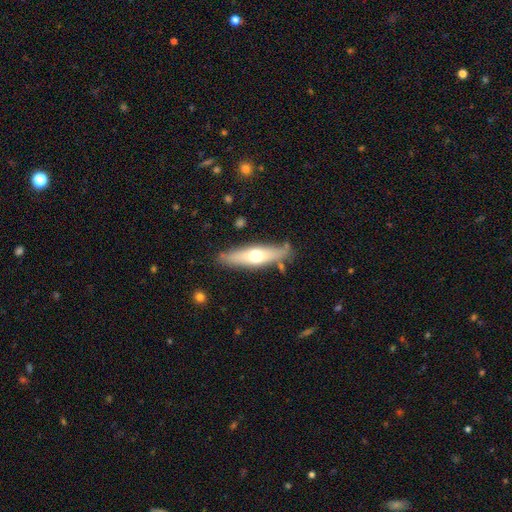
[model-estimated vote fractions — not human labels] A smooth galaxy with no disk features (48%). Merging: none (80%).